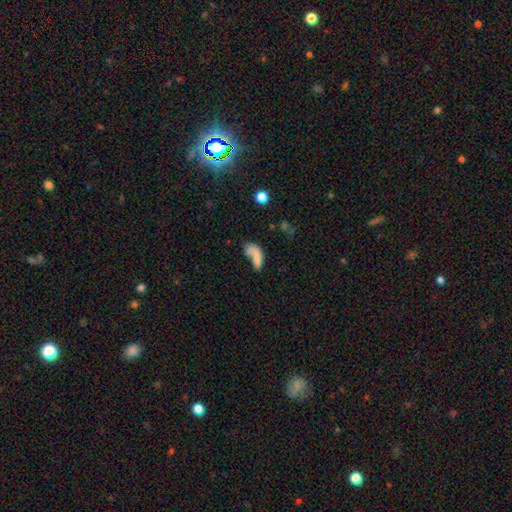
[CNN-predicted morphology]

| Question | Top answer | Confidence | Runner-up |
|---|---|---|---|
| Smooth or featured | smooth | 66% | featured or disk (22%) |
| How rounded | in between | 73% | cigar-shaped (21%) |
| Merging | merger | 31% | none (28%) |